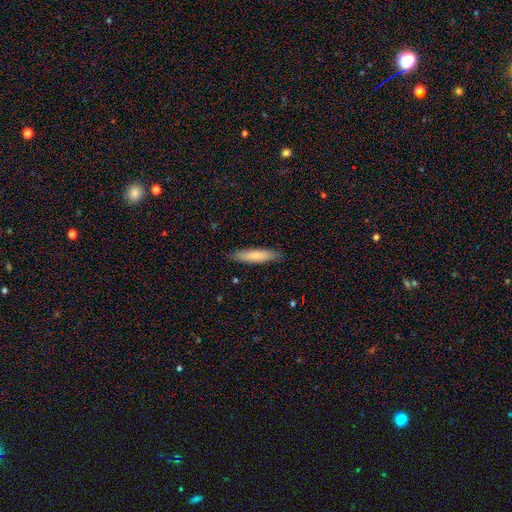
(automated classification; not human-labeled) Morphology: type=smooth (75%); roundness=cigar-shaped (81%); merging=none (87%).